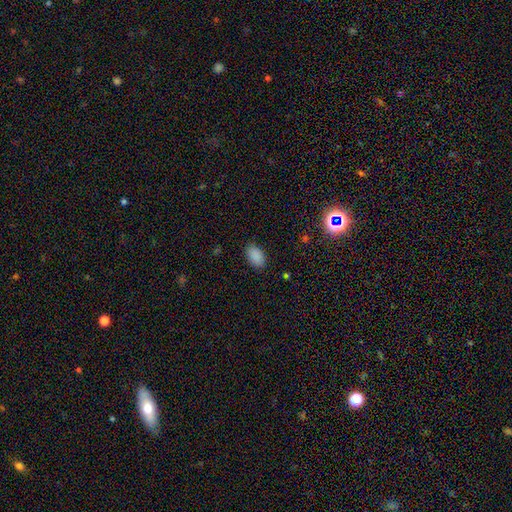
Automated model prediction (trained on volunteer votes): Morphology: type=smooth (88%); roundness=in between (93%); merging=none (86%).